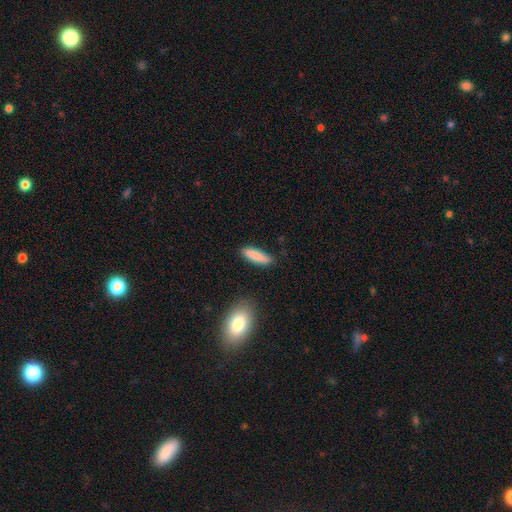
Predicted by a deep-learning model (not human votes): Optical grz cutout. It shows a smooth galaxy with no disk features (86%) that is cigar-shaped (64%). Merging: none (83%).